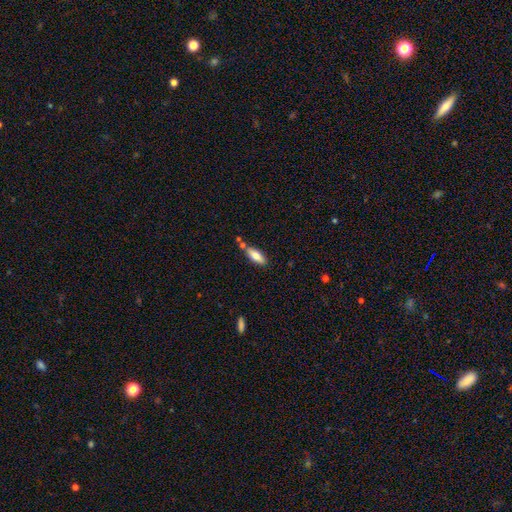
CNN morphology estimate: This is likely a smooth galaxy (73%). How rounded: likely in between (62%). Merging: likely none (66%).